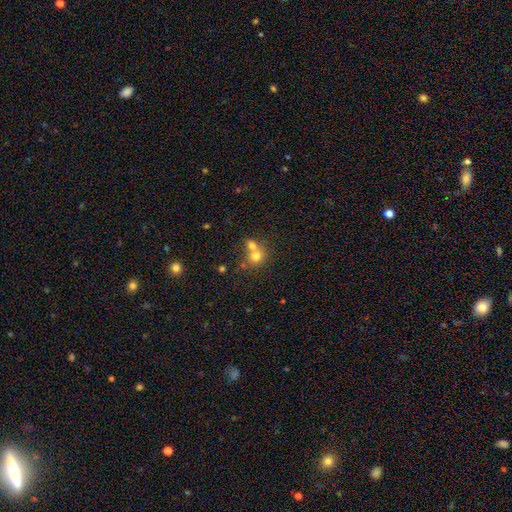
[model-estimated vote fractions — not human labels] Smooth or featured? smooth (72%)
How rounded? round (80%)
Merging? merger (55%)